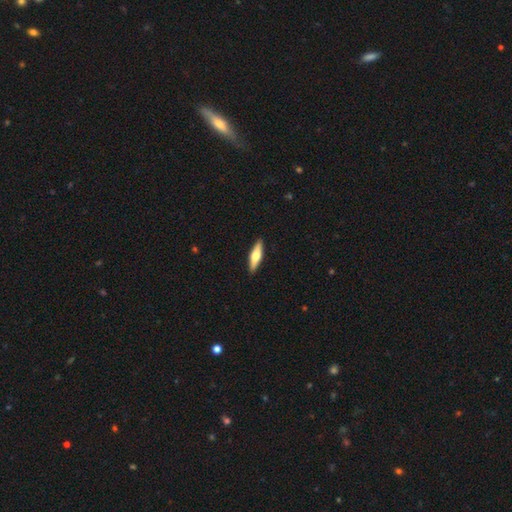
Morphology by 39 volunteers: A smooth galaxy with no disk features (67%) that is cigar-shaped (81%). Merging: none (89%).